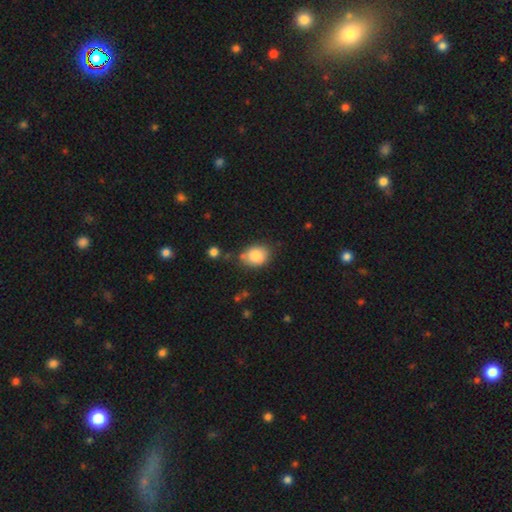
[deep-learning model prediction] Smooth or featured? Predicted: smooth (p=0.83). How rounded? Predicted: in between (p=0.54). Merging? Predicted: none (p=0.65).